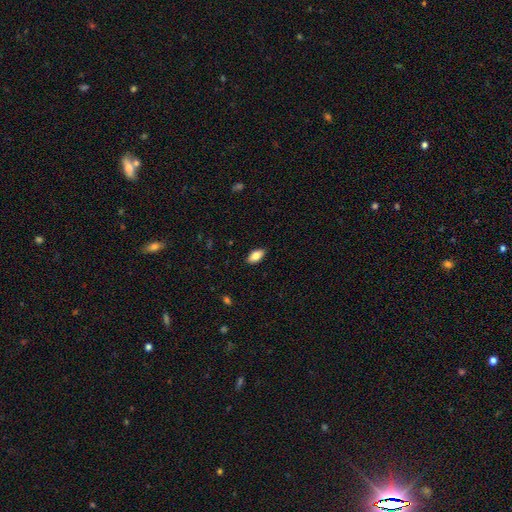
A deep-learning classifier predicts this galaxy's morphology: The model was most divided on "smooth or featured": smooth: 82%, featured or disk: 11%, star or artifact: 7%. More confident: how rounded — in between (92%); merging — none (88%).